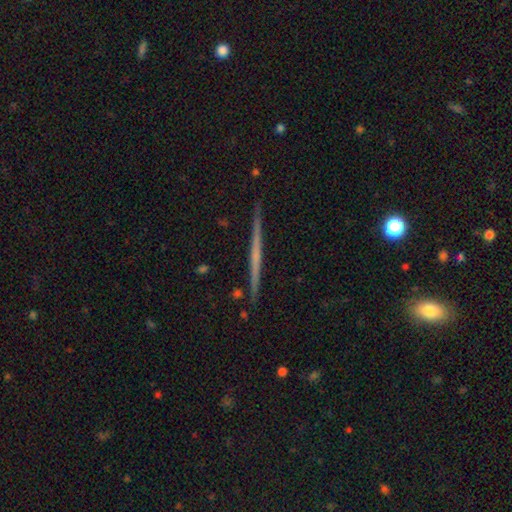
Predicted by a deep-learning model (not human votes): Morphology: type=featured or disk (68%); edge-on=yes (98%); edge-on bulge=none (82%); merging=none (92%).